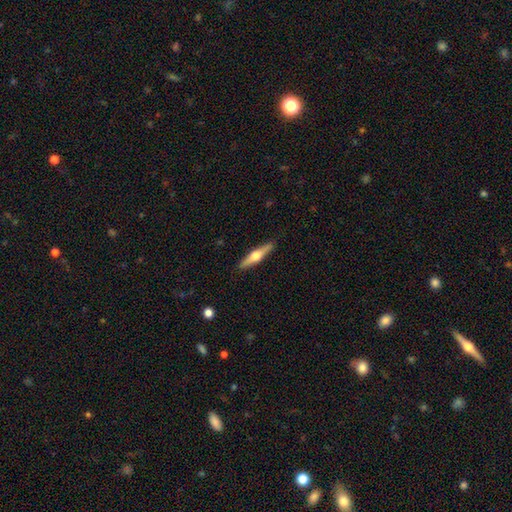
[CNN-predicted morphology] A featured or disk galaxy (65%) viewed edge-on (97%) with a rounded central bulge (95%). Merging: none (91%).